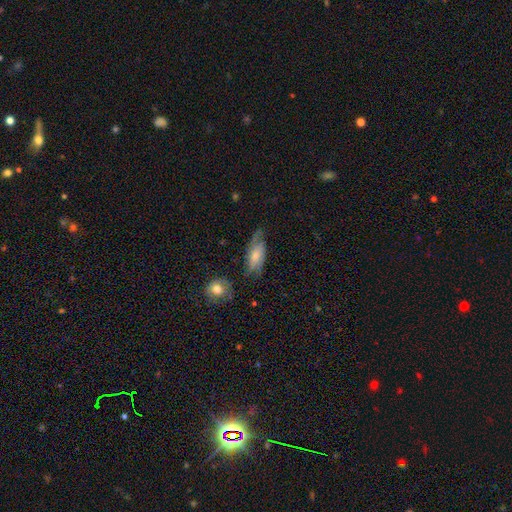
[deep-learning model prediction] This is possibly a featured or disk galaxy (54%). It is clearly not viewed edge-on (85%). Merging: possibly none (59%).